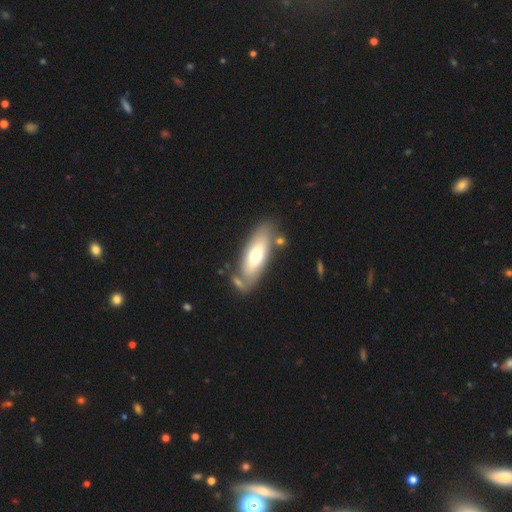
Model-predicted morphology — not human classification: Smooth or featured? Predicted: smooth (p=0.59). How rounded? Predicted: in between (p=0.70). Merging? Predicted: none (p=0.67).